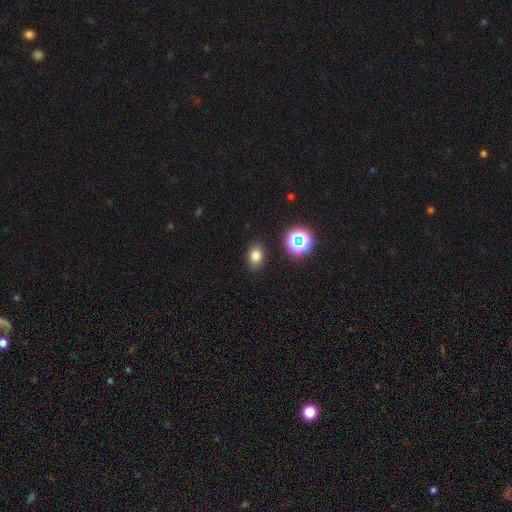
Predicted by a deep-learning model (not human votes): Smooth or featured: smooth — 77% (star or artifact — 16%)
How rounded: in between — 71% (round — 28%)
Merging: none — 87% (minor disturbance — 9%)